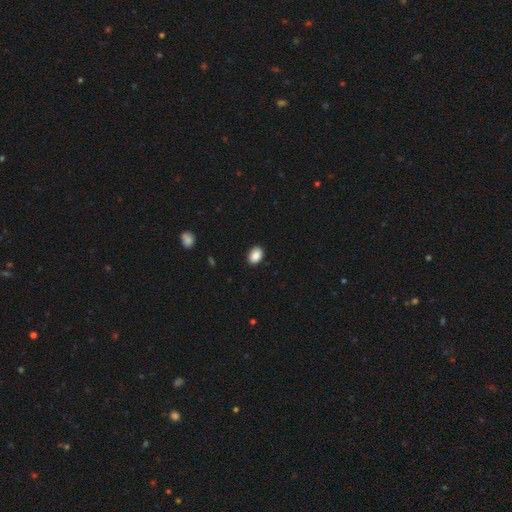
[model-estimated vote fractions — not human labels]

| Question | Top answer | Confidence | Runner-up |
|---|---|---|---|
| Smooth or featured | smooth | 89% | star or artifact (8%) |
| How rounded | in between | 80% | round (19%) |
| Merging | none | 90% | minor disturbance (8%) |